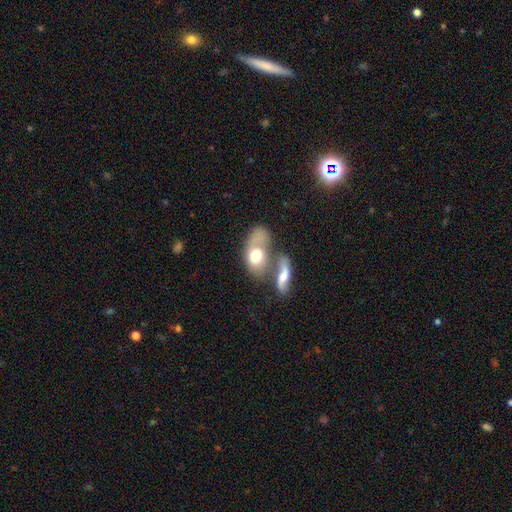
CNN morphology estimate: Overall: smooth (63%; featured or disk 30%). How rounded: in between (82%). Merging: merger (55%; none 18%).